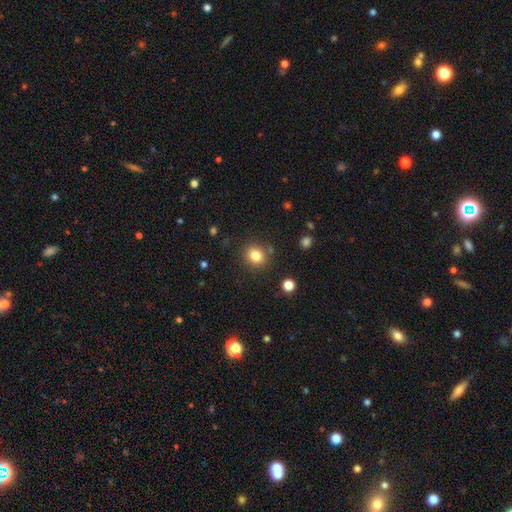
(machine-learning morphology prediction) Smooth or featured? Predicted: smooth (p=0.82). How rounded? Predicted: round (p=0.70). Merging? Predicted: none (p=0.83).